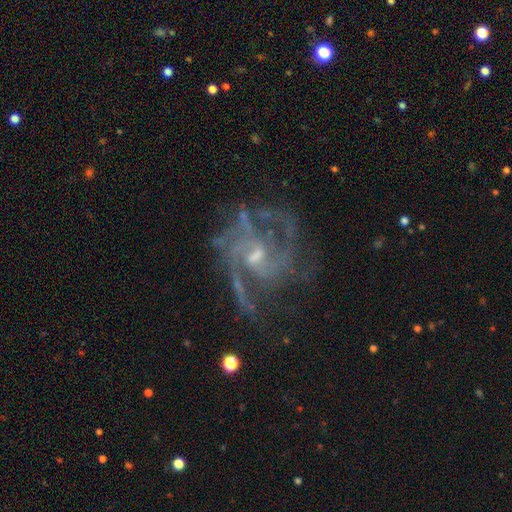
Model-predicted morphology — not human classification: Smooth or featured? Predicted: featured or disk (p=0.86). Edge-on disk? Predicted: no (p=0.98). Bar? Predicted: no (p=0.48). Spiral arms? Predicted: yes (p=0.94). Spiral winding? Predicted: medium (p=0.50). Spiral arm count? Predicted: 3 (p=0.30). Bulge size? Predicted: small (p=0.59). Merging? Predicted: none (p=0.58).